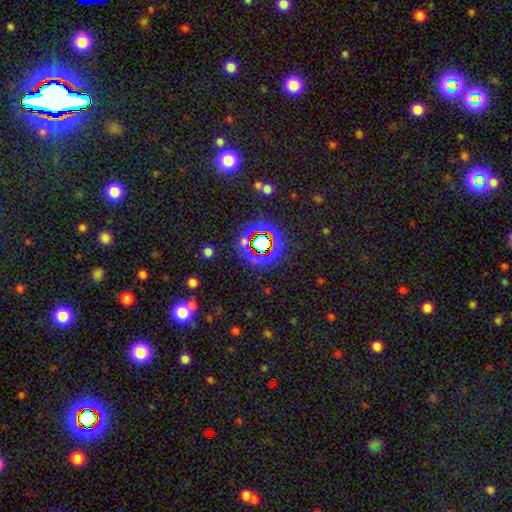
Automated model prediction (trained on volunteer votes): Smooth or featured? star or artifact (74%)